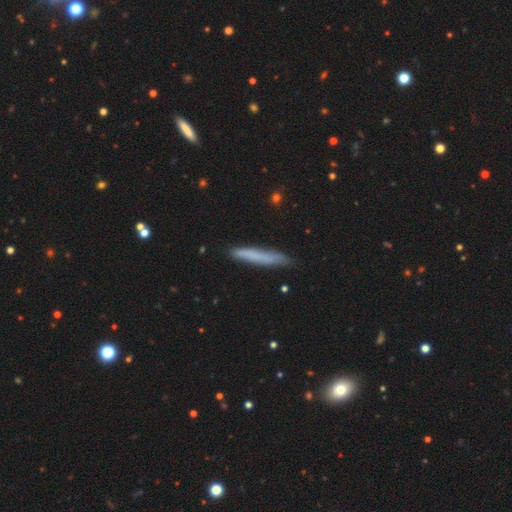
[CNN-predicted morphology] A smooth galaxy with no disk features (68%) that is cigar-shaped (95%).

Vote fractions:
- Smooth or featured? smooth: 68% / featured or disk: 26% / star or artifact: 7%
- How rounded? cigar-shaped: 95% / in between: 4% / round: 1%
- Merging? none: 84% / minor disturbance: 12% / major disturbance: 2% / merger: 2%